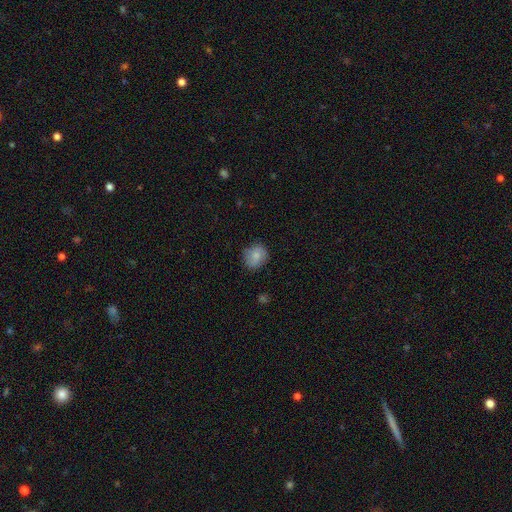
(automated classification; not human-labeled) Smooth or featured: smooth — 78% (featured or disk — 14%)
How rounded: round — 76% (in between — 23%)
Merging: none — 79% (minor disturbance — 16%)